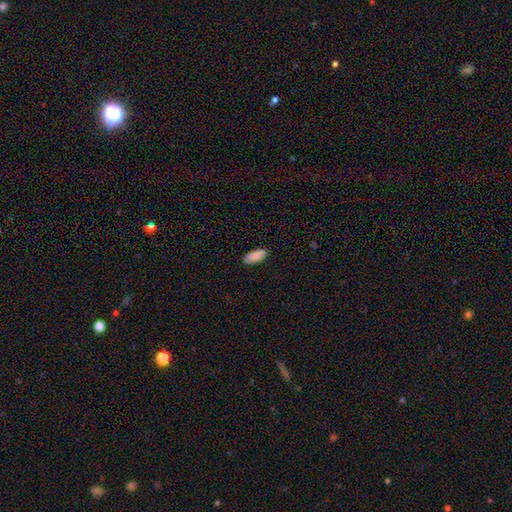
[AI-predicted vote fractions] Overall: smooth (90%). How rounded: in between (86%). Merging: none (88%).